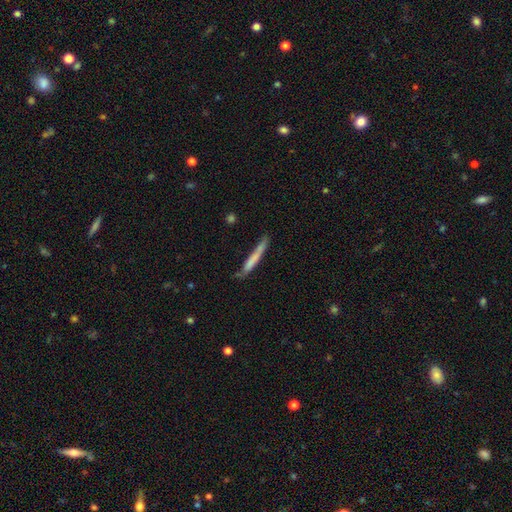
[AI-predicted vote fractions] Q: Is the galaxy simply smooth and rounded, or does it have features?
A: smooth — 63%.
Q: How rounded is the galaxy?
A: cigar-shaped — 96%.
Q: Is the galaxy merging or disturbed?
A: none — 66%.